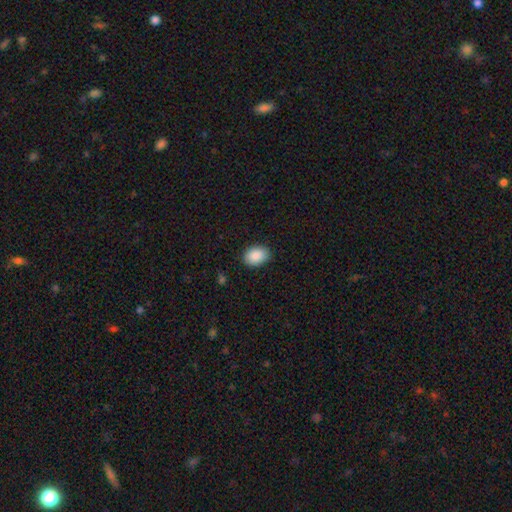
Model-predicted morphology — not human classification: A smooth galaxy with no disk features (90%) that is in between round and cigar-shaped (78%). Merging: none (87%).